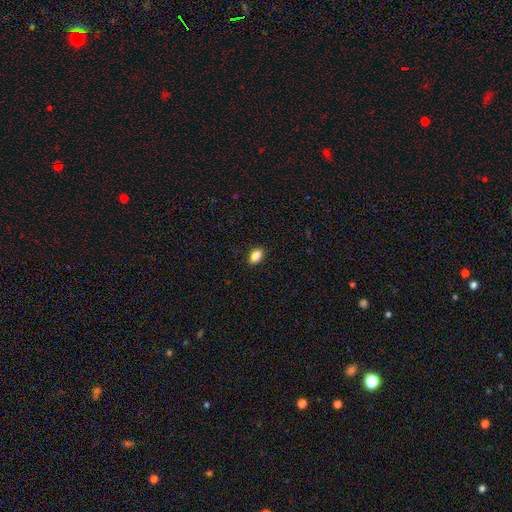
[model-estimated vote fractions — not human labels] smooth_or_featured: smooth (p=0.85) [alt: star or artifact p=0.09]
how_rounded: in between (p=0.87) [alt: round p=0.11]
merging: none (p=0.90) [alt: minor disturbance p=0.08]